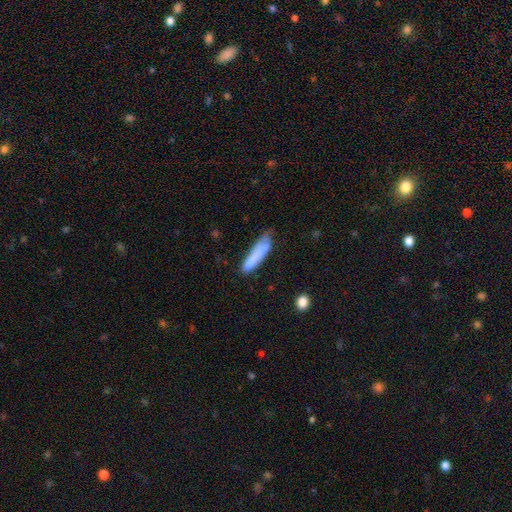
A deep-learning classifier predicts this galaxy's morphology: Smooth or featured? smooth (80%)
How rounded? cigar-shaped (80%)
Merging? none (56%)